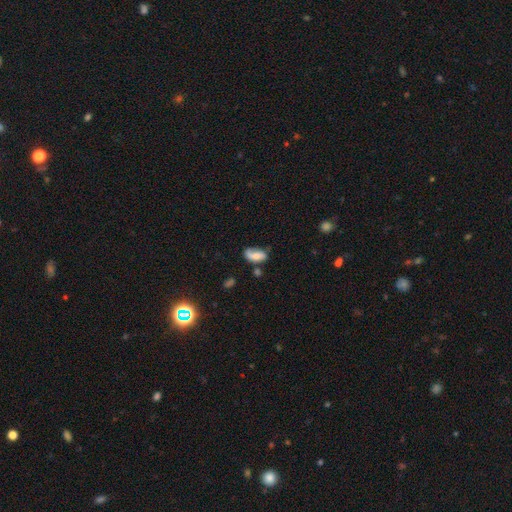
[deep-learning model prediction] Q: Smooth or featured?
A: smooth (58%); runner-up: featured or disk (32%)
Q: How rounded?
A: in between (90%); runner-up: round (6%)
Q: Merging?
A: none (46%); runner-up: minor disturbance (31%)